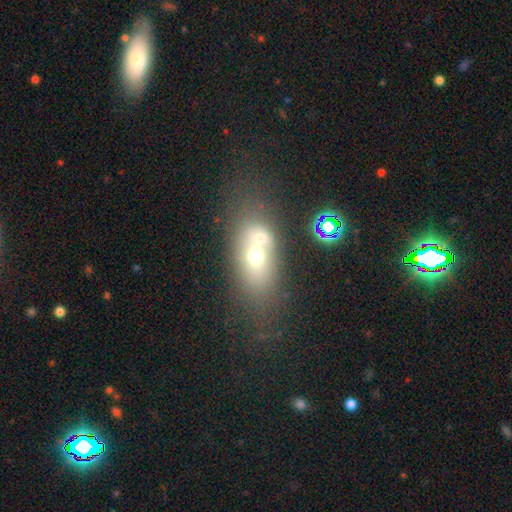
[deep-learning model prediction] Morphology: type=smooth (52%); roundness=in between (66%); merging=merger (59%).